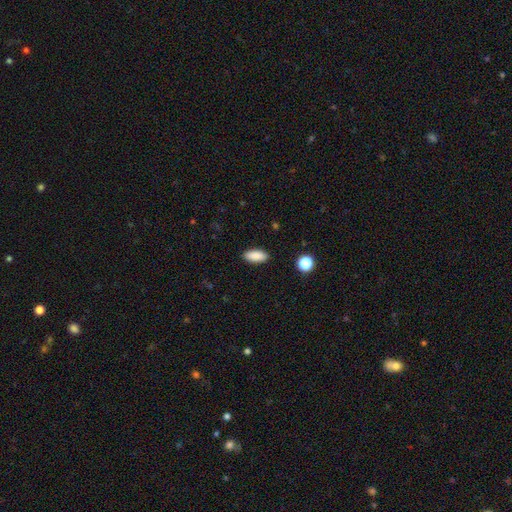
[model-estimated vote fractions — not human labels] smooth 89%, star or artifact 7%, featured or disk 4%. Down the decision tree: how rounded — in between (86%); merging — none (89%).